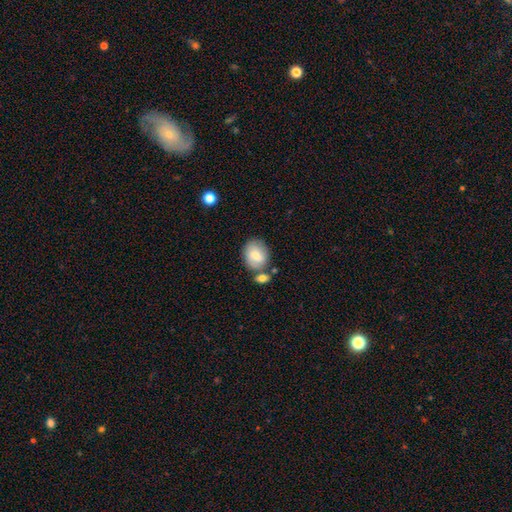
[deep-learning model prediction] This appears to be a smooth galaxy with no disk features (74%) that is in between round and cigar-shaped (56%). Merging: none (57%).